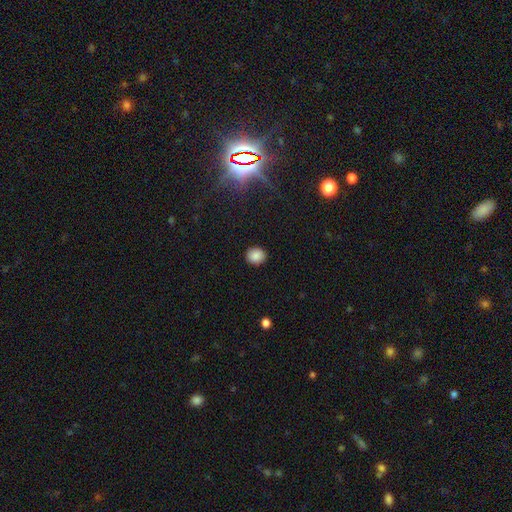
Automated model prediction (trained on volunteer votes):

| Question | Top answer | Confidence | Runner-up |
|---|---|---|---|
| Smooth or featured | smooth | 87% | star or artifact (10%) |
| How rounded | round | 74% | in between (25%) |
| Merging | none | 90% | minor disturbance (7%) |